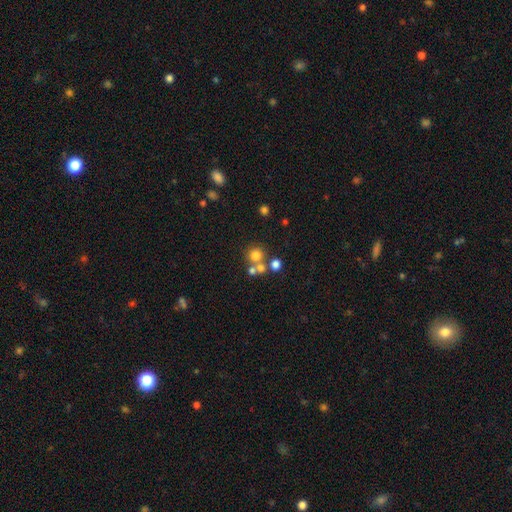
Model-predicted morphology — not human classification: smooth 69%, star or artifact 17%, featured or disk 14%. Down the decision tree: how rounded — round (91%); merging — none (57%).